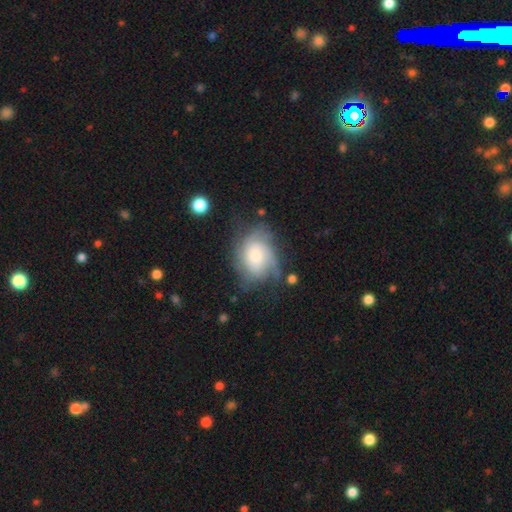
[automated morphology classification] Smooth or featured: featured or disk — 61% (smooth — 31%)
Edge-on disk: no — 97% (yes — 3%)
Bar: no — 75% (weak — 21%)
Spiral arms: yes — 86% (no — 14%)
Spiral winding: tight — 42% (medium — 38%)
Spiral arm count: can't tell — 42% (2 — 19%)
Bulge size: moderate — 42% (small — 33%)
Merging: none — 50% (minor disturbance — 27%)